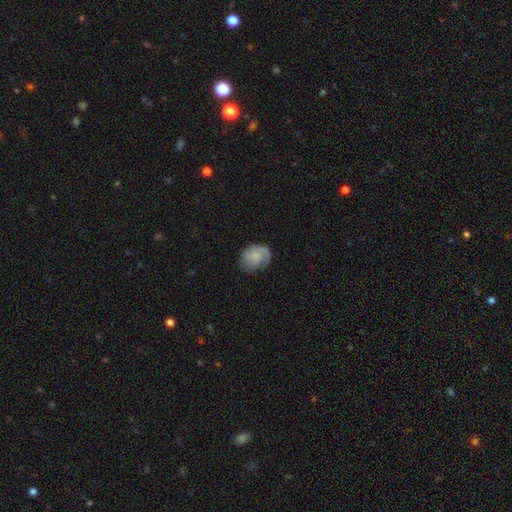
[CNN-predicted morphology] smooth-or-featured: smooth: 51% | featured or disk: 41% | star or artifact: 8%
  how-rounded: in between: 53% | round: 46% | cigar-shaped: 1%
  merging: none: 62% | minor disturbance: 24% | major disturbance: 12% | merger: 1%